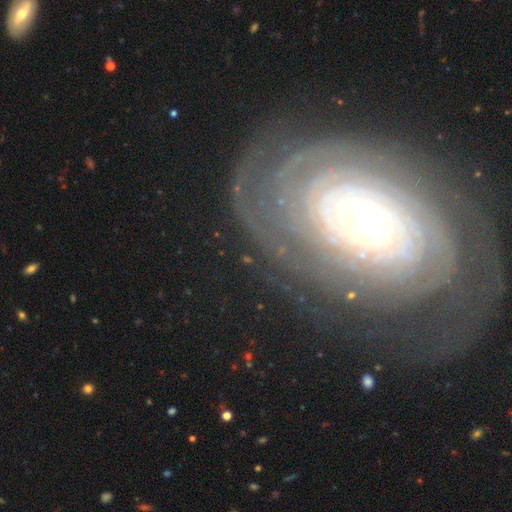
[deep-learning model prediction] This is clearly a featured or disk galaxy (85%). It is clearly not viewed edge-on (95%). Bar: likely no (77%). Spiral arm pattern: clearly yes (95%). Spiral arm count: marginally can't tell (32%). Spiral winding: clearly tight (86%). Central bulge: possibly moderate (48%). Merging: likely none (77%).